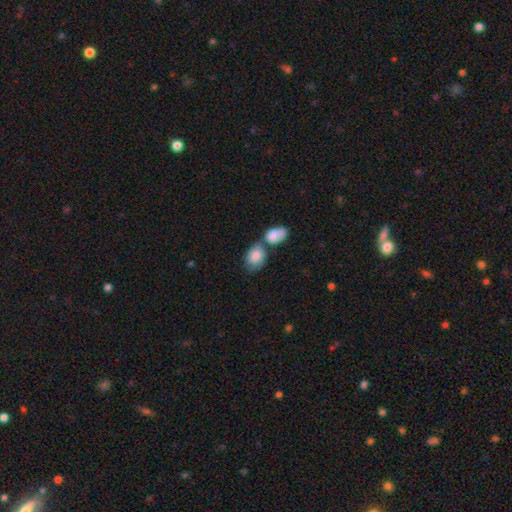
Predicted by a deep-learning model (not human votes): smooth-or-featured: smooth: 82% | featured or disk: 12% | star or artifact: 6%
  how-rounded: in between: 80% | round: 19% | cigar-shaped: 1%
  merging: merger: 49% | none: 32% | minor disturbance: 13% | major disturbance: 6%